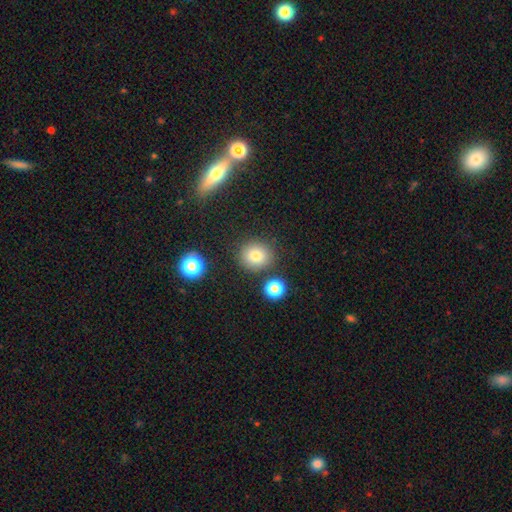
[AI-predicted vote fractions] This is clearly a smooth galaxy (81%). How rounded: clearly round (83%). Merging: clearly none (82%).